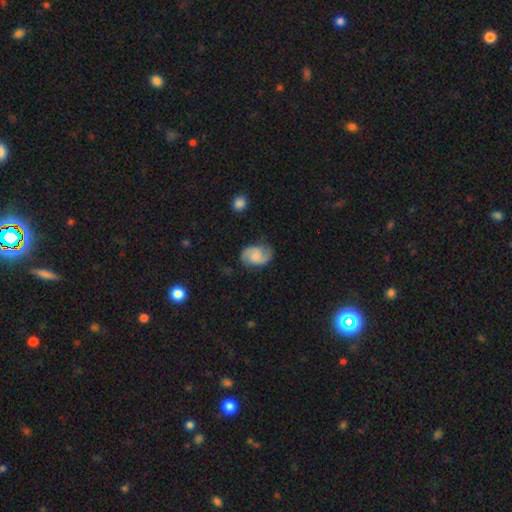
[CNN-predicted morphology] smooth-or-featured: featured or disk: 72% | smooth: 21% | star or artifact: 7%
  disk-edge-on: no: 98% | yes: 2%
    bar: no: 53% | weak: 40% | strong: 6%
    has-spiral-arms: yes: 96% | no: 4%
      spiral-winding: medium: 50% | loose: 27% | tight: 22%
      spiral-arm-count: 2: 90% | can't tell: 4% | 1: 3% | 3: 1% | 4: 1% | more than 4: 1%
    bulge-size: none: 33% | small: 29% | moderate: 28% | large: 8% | dominant: 2%
  merging: none: 75% | minor disturbance: 18% | major disturbance: 6% | merger: 2%